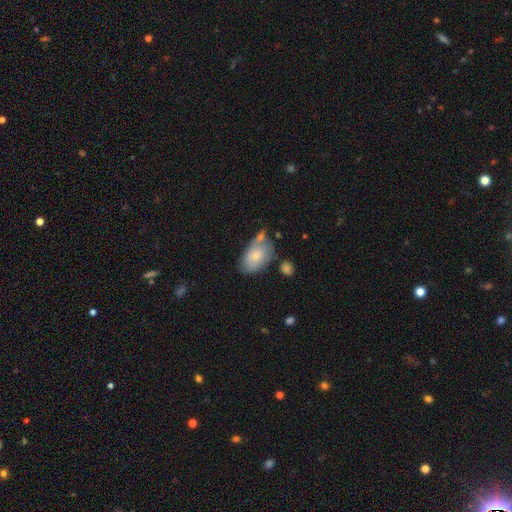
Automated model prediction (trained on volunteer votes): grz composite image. It shows a smooth galaxy with no disk features (75%) that is in between round and cigar-shaped (90%). Merging: none (51%).